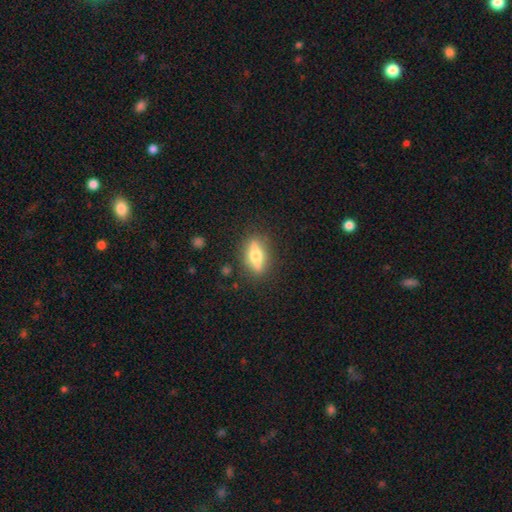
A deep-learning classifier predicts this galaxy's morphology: A featured or disk galaxy (58%) viewed edge-on (87%) with a rounded central bulge (94%). Merging: none (85%).